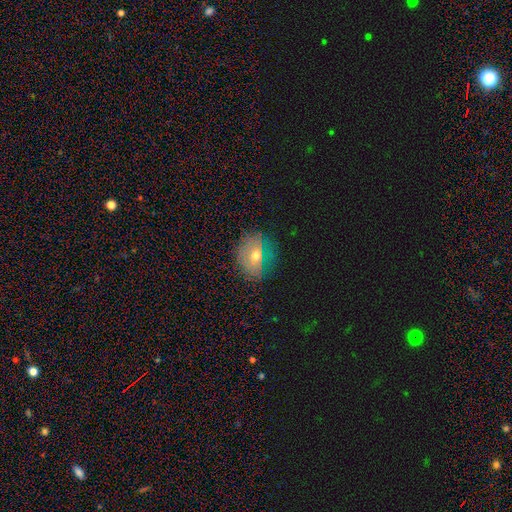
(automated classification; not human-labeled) The model was most divided on "how rounded" (2-way tie): round: 49%, in between: 49%, cigar-shaped: 2%. More confident: merging — none (72%); smooth or featured — smooth (50%).